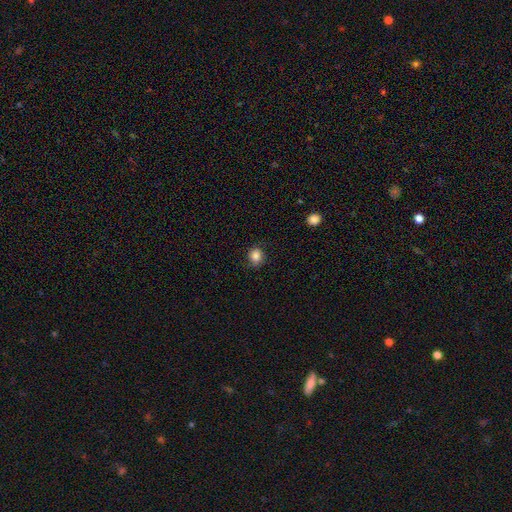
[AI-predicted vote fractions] Overall: smooth (84%). How rounded: round (74%). Merging: none (78%).